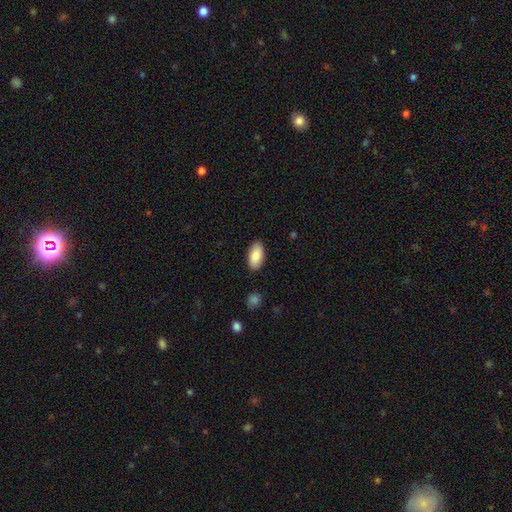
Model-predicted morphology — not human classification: smooth-or-featured: smooth: 87% | featured or disk: 7% | star or artifact: 6%
  how-rounded: in between: 94% | cigar-shaped: 4% | round: 2%
  merging: none: 88% | minor disturbance: 9% | major disturbance: 2% | merger: 1%